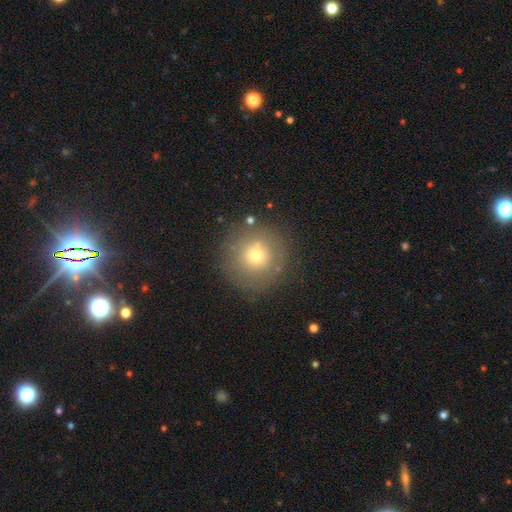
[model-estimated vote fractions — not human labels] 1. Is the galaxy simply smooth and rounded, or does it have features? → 66% smooth, 19% featured or disk, 14% star or artifact.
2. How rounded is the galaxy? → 95% round, 4% in between, 1% cigar-shaped.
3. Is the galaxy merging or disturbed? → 82% none, 10% minor disturbance, 5% major disturbance, 4% merger.